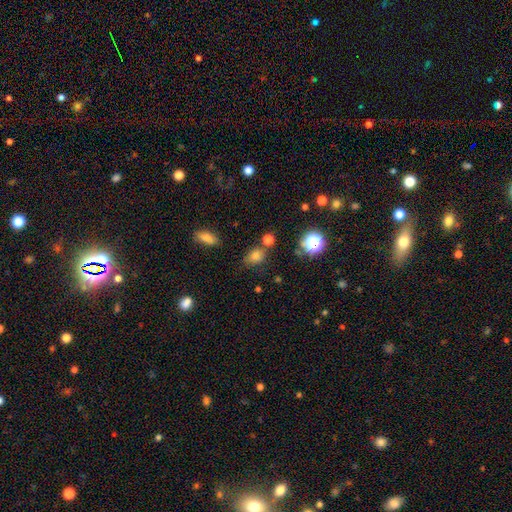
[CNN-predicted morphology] Smooth or featured? smooth (74%)
How rounded? in between (55%)
Merging? none (70%)